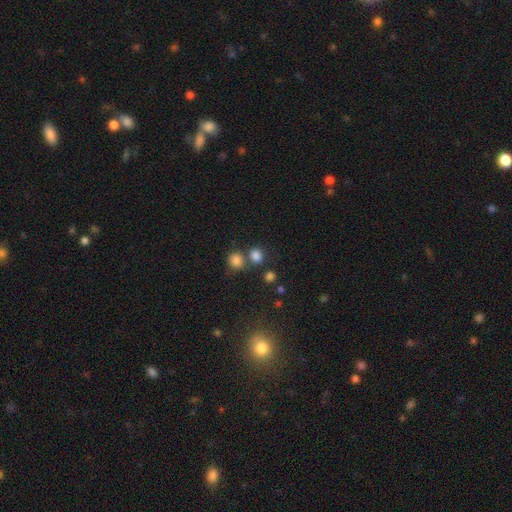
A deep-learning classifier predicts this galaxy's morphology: smooth-or-featured: smooth: 80% | star or artifact: 14% | featured or disk: 6%
  how-rounded: round: 66% | in between: 33% | cigar-shaped: 1%
  merging: none: 58% | merger: 28% | minor disturbance: 9% | major disturbance: 4%